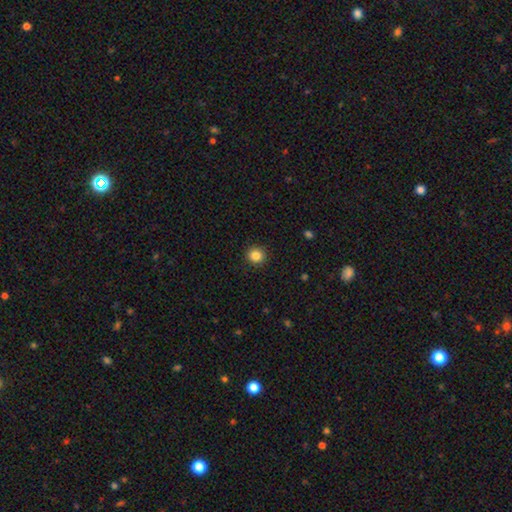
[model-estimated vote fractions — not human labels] Morphology: type=smooth (85%); roundness=round (91%); merging=none (91%).